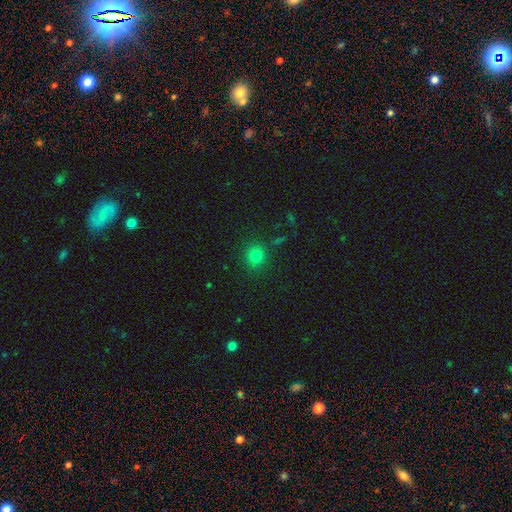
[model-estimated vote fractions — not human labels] Smooth or featured: smooth — 79% (star or artifact — 15%)
How rounded: round — 87% (in between — 12%)
Merging: none — 86% (minor disturbance — 8%)